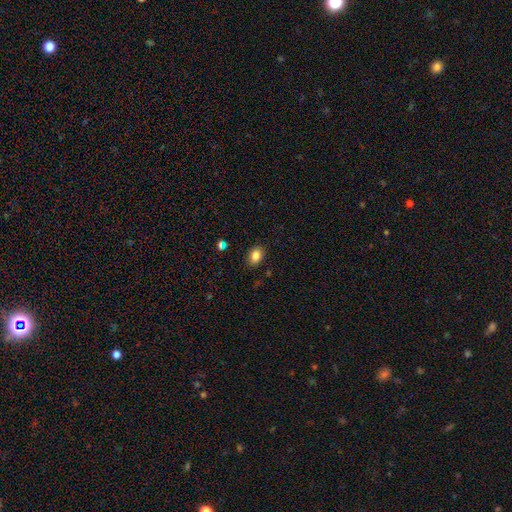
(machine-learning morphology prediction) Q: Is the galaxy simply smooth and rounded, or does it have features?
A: smooth — 84%.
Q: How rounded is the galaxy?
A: in between — 78%.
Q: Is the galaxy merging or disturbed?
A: none — 87%.